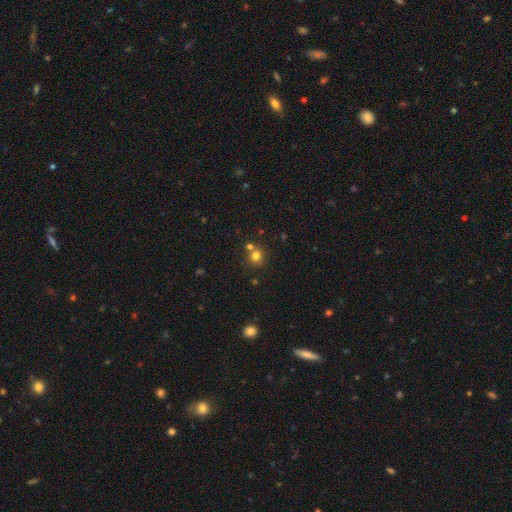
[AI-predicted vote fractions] This appears to be a smooth galaxy with no disk features (76%) that is round (87%). Merging: none (62%).